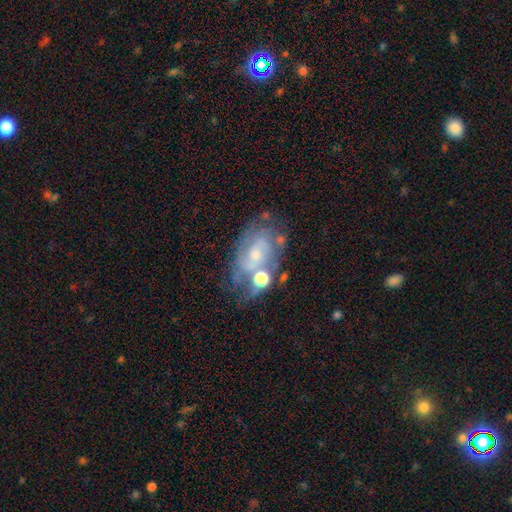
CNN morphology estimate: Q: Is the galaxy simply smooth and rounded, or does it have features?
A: featured or disk — 70%.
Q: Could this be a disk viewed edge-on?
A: no — 96%.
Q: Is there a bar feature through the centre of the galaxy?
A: no — 66%.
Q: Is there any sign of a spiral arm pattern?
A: yes — 79%.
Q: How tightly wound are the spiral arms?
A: tight — 50%.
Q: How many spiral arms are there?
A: can't tell — 43%.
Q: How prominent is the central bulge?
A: small — 52%.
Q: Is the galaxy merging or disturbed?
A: none — 51%.